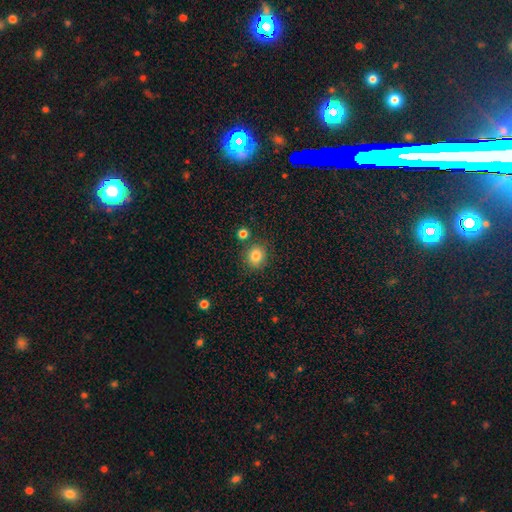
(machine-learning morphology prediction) This is clearly a smooth galaxy (83%). How rounded: clearly round (81%). Merging: clearly none (82%).